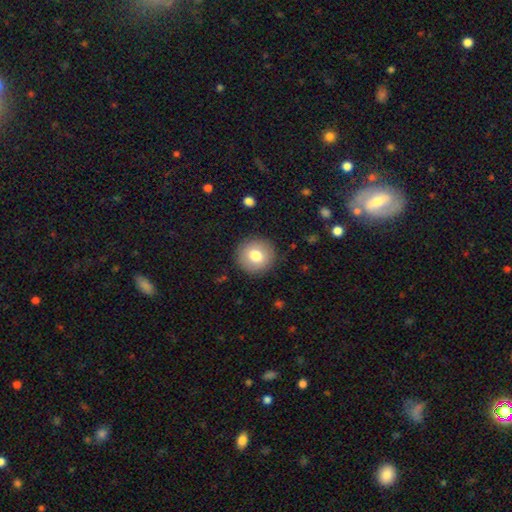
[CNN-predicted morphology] Smooth or featured: smooth — 77% (featured or disk — 14%)
How rounded: round — 93% (in between — 6%)
Merging: none — 90% (minor disturbance — 7%)